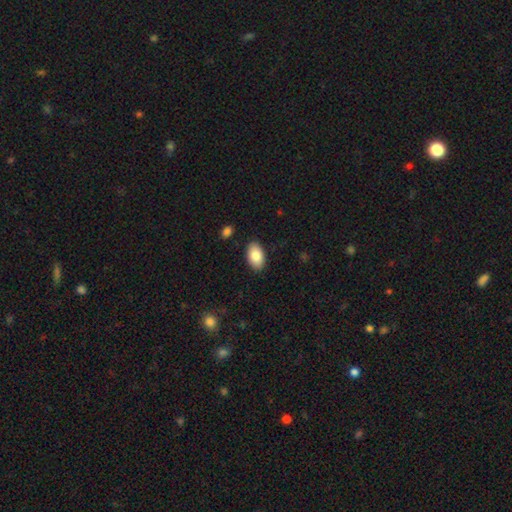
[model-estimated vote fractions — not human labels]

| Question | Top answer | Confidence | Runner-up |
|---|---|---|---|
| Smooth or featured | smooth | 85% | featured or disk (9%) |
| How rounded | in between | 93% | round (5%) |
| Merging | none | 88% | minor disturbance (9%) |